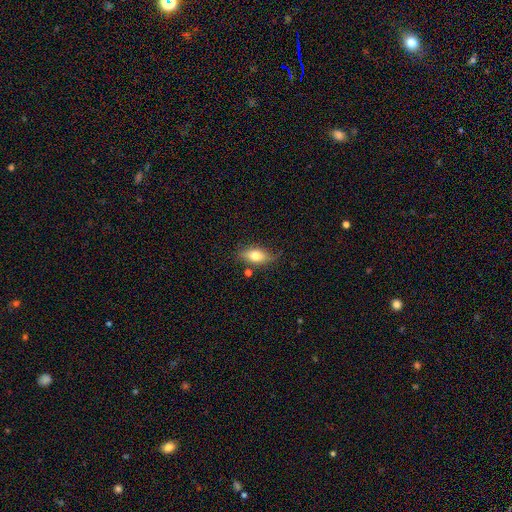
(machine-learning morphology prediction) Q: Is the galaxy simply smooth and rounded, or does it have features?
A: smooth — 72%.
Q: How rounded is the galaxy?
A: in between — 84%.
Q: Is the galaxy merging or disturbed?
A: none — 70%.